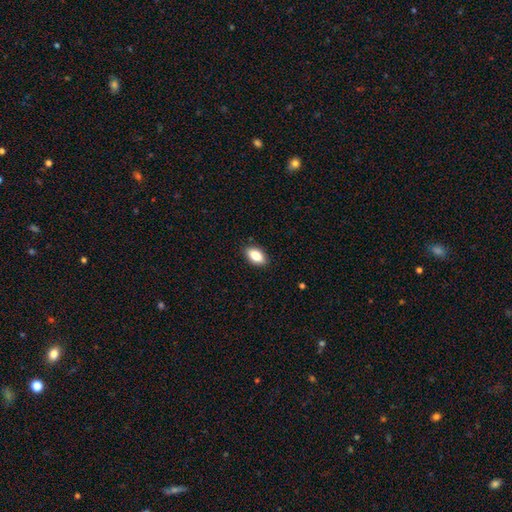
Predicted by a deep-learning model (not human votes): Smooth or featured? Predicted: smooth (p=0.84). How rounded? Predicted: in between (p=0.91). Merging? Predicted: none (p=0.88).